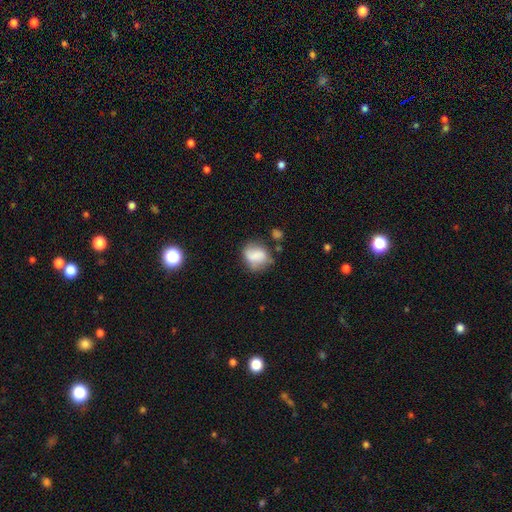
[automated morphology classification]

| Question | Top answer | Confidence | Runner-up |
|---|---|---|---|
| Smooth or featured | smooth | 73% | featured or disk (18%) |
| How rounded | round | 51% | in between (48%) |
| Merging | none | 48% | minor disturbance (30%) |